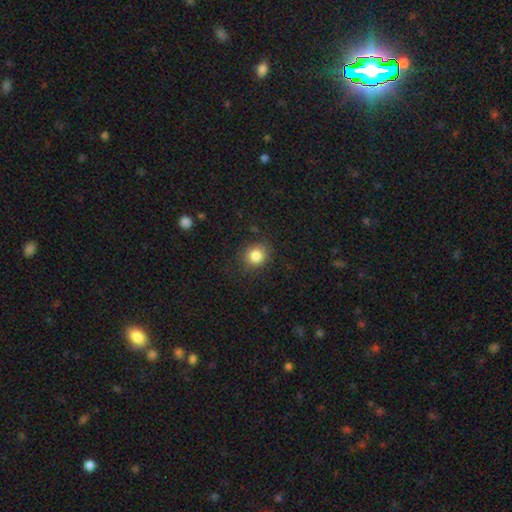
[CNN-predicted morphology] Q: Smooth or featured?
A: smooth (84%); runner-up: star or artifact (10%)
Q: How rounded?
A: round (80%); runner-up: in between (19%)
Q: Merging?
A: none (84%); runner-up: minor disturbance (11%)